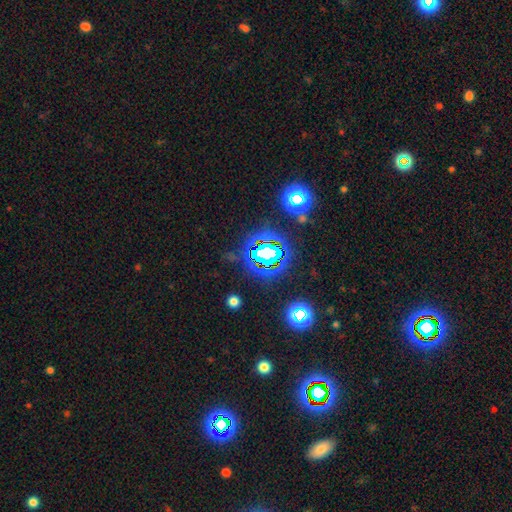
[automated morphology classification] A star or artifact, not a galaxy (80%).